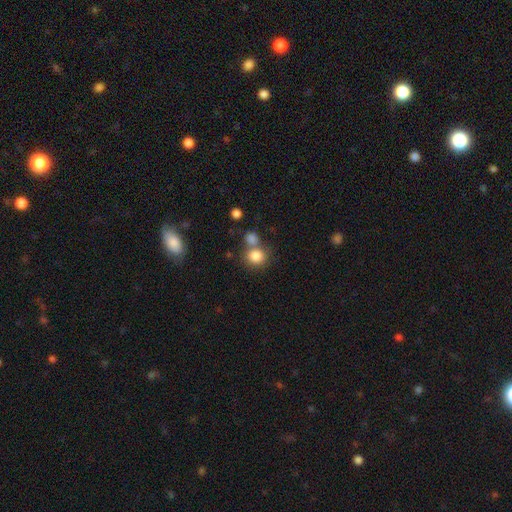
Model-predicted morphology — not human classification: smooth-or-featured: smooth: 83% | star or artifact: 10% | featured or disk: 7%
  how-rounded: round: 79% | in between: 20% | cigar-shaped: 1%
  merging: none: 55% | merger: 31% | minor disturbance: 10% | major disturbance: 4%